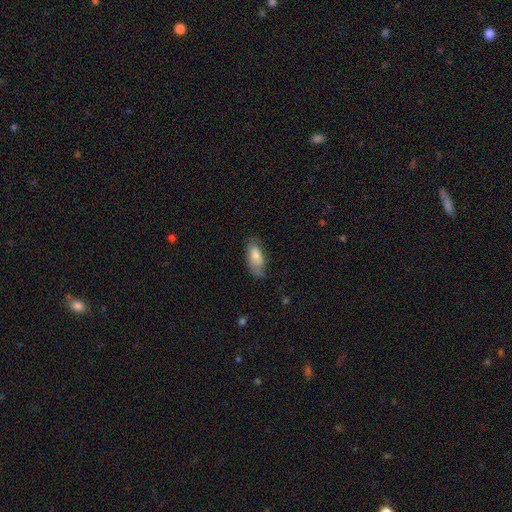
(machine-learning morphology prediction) smooth-or-featured: smooth: 73% | featured or disk: 21% | star or artifact: 6%
  how-rounded: in between: 85% | cigar-shaped: 13% | round: 2%
  merging: none: 61% | minor disturbance: 28% | major disturbance: 9% | merger: 2%